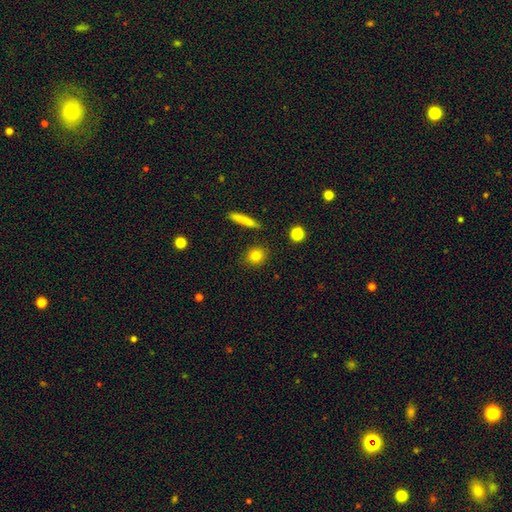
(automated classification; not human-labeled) smooth-or-featured: smooth: 81% | star or artifact: 10% | featured or disk: 9%
  how-rounded: round: 79% | in between: 17% | cigar-shaped: 4%
  merging: none: 88% | minor disturbance: 7% | merger: 3% | major disturbance: 2%